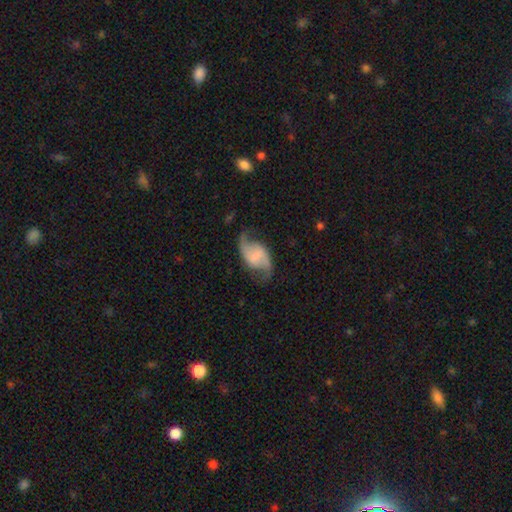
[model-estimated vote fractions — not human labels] Smooth or featured? featured or disk (81%)
Edge-on disk? no (97%)
Bar? weak (47%)
Spiral arms? yes (95%)
Spiral winding? loose (69%)
Spiral arm count? 2 (93%)
Bulge size? none (41%)
Merging? none (72%)